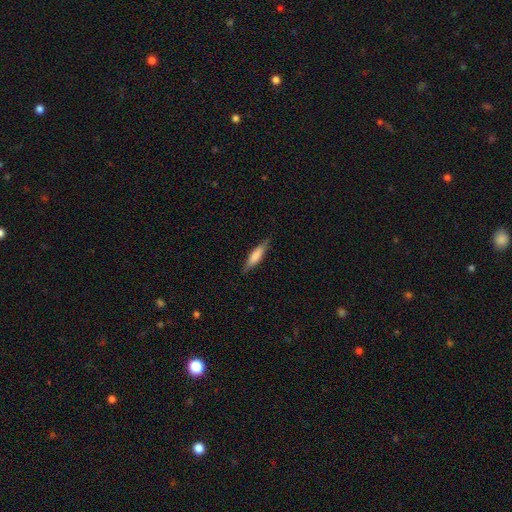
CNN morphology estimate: smooth-or-featured: smooth: 69% | featured or disk: 25% | star or artifact: 6%
  how-rounded: cigar-shaped: 74% | in between: 25% | round: 2%
  merging: none: 83% | minor disturbance: 13% | major disturbance: 3% | merger: 1%